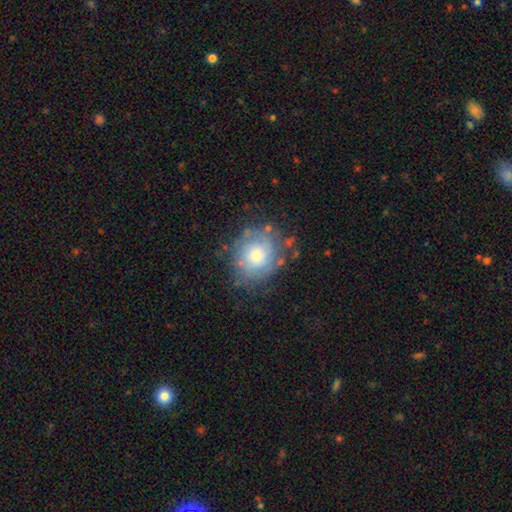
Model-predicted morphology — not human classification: This appears to be a smooth galaxy with no disk features (52%) that is round (75%). Merging: none (70%).